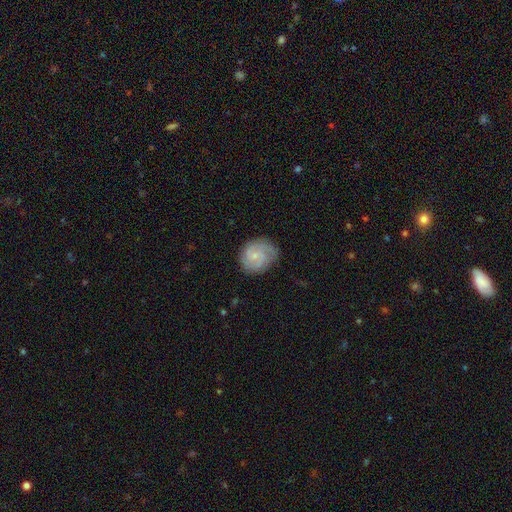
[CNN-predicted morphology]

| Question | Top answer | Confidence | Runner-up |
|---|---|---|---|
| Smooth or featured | featured or disk | 66% | smooth (27%) |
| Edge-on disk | no | 98% | yes (2%) |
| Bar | no | 64% | weak (32%) |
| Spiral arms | yes | 93% | no (7%) |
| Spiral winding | tight | 57% | medium (34%) |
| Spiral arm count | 2 | 38% | can't tell (26%) |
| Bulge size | small | 73% | moderate (17%) |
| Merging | none | 74% | minor disturbance (19%) |